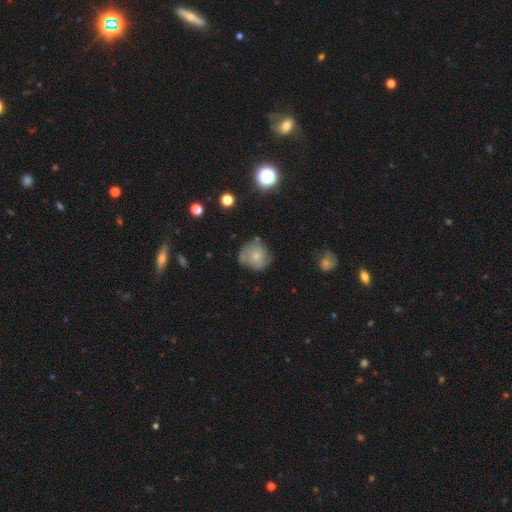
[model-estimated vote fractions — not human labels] smooth 59%, featured or disk 32%, star or artifact 9%. Down the decision tree: how rounded — round (85%); merging — none (57%).